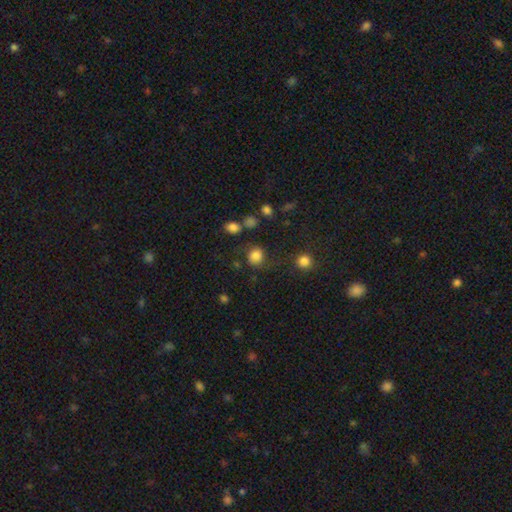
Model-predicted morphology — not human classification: Q: Smooth or featured?
A: smooth (78%); runner-up: star or artifact (12%)
Q: How rounded?
A: round (77%); runner-up: in between (22%)
Q: Merging?
A: none (65%); runner-up: minor disturbance (18%)